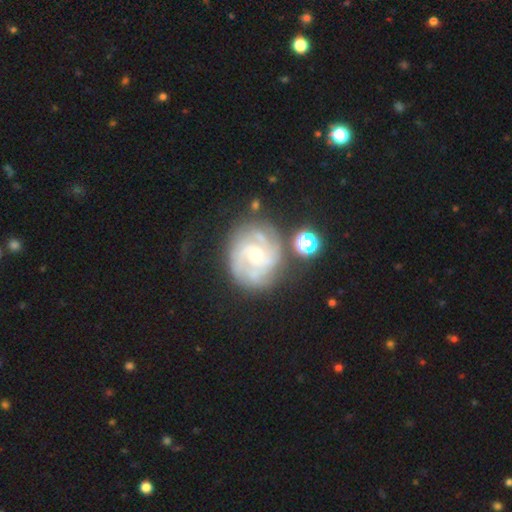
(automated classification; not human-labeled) A featured or disk galaxy (85%) with no bar (69%), 3 (32%) tight (62%) spiral arms (96%) and a small central bulge (55%). Merging: none (71%).